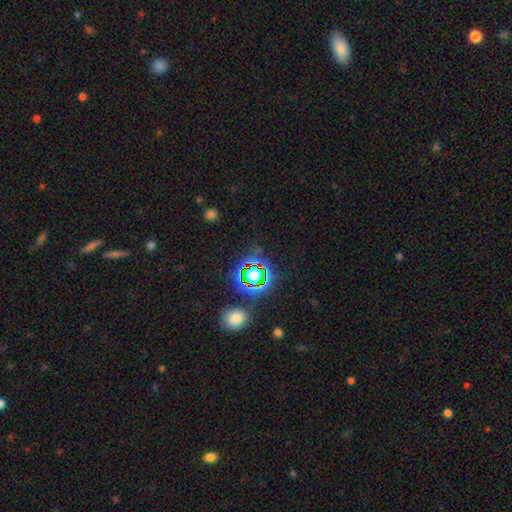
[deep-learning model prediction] Overall: star or artifact (73%).